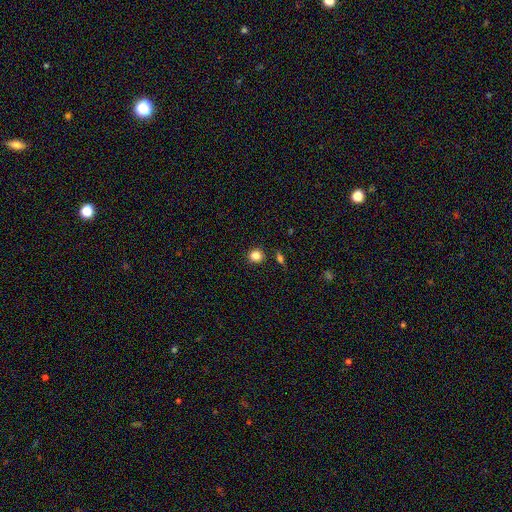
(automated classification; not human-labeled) A smooth galaxy with no disk features (84%) that is round (88%).

Vote fractions:
- Smooth or featured? smooth: 84% / star or artifact: 11% / featured or disk: 5%
- How rounded? round: 88% / in between: 11% / cigar-shaped: 1%
- Merging? none: 88% / minor disturbance: 6% / merger: 4% / major disturbance: 2%